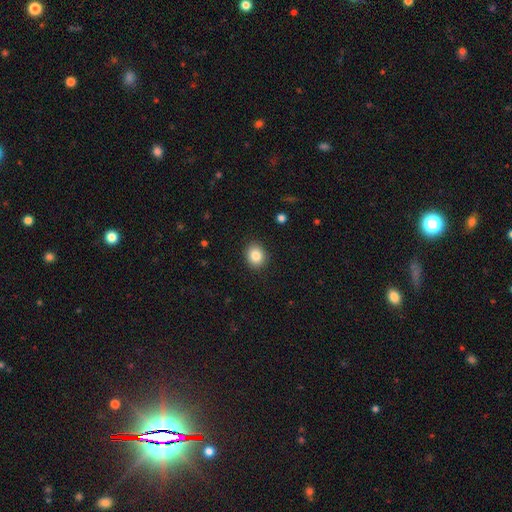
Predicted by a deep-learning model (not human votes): This is clearly a smooth galaxy (85%). How rounded: likely round (63%). Merging: clearly none (90%).